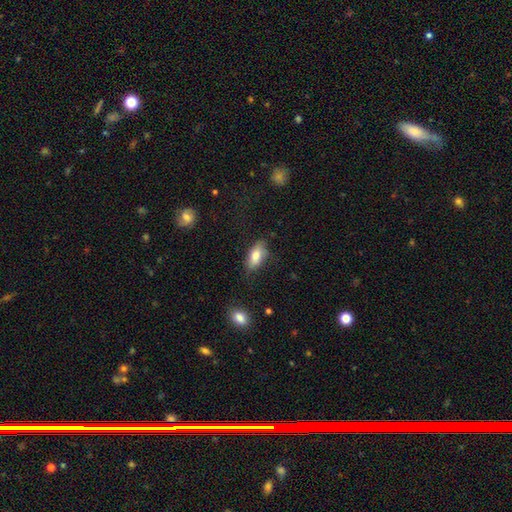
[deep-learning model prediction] Smooth or featured? smooth (80%)
How rounded? in between (88%)
Merging? none (72%)